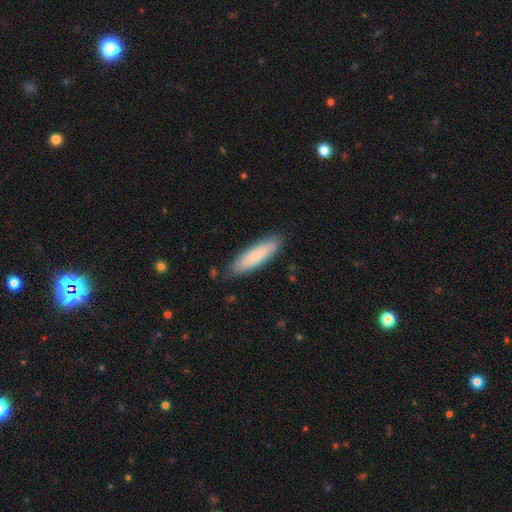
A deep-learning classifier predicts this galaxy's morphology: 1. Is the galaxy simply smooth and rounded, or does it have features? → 78% smooth, 16% featured or disk, 6% star or artifact.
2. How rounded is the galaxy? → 66% cigar-shaped, 32% in between, 1% round.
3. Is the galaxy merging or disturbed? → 86% none, 11% minor disturbance, 2% major disturbance, 1% merger.